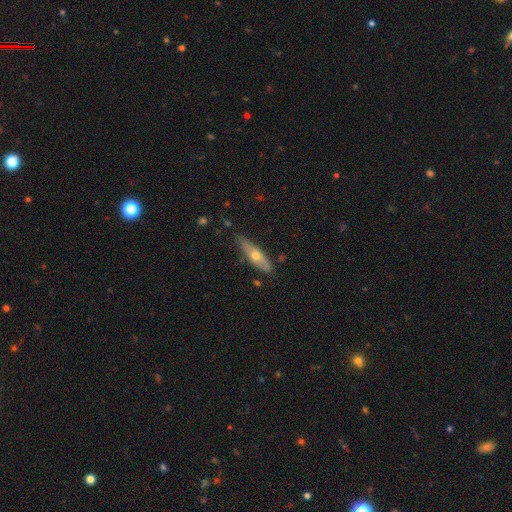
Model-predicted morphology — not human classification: featured or disk 49%, smooth 45%, star or artifact 6%. Down the decision tree: merging — none (77%).